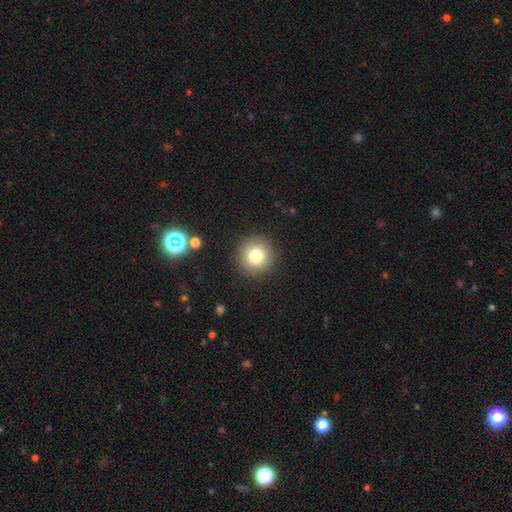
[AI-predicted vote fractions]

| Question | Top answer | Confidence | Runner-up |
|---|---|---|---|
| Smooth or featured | smooth | 80% | star or artifact (12%) |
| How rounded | round | 95% | in between (4%) |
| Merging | none | 91% | minor disturbance (5%) |